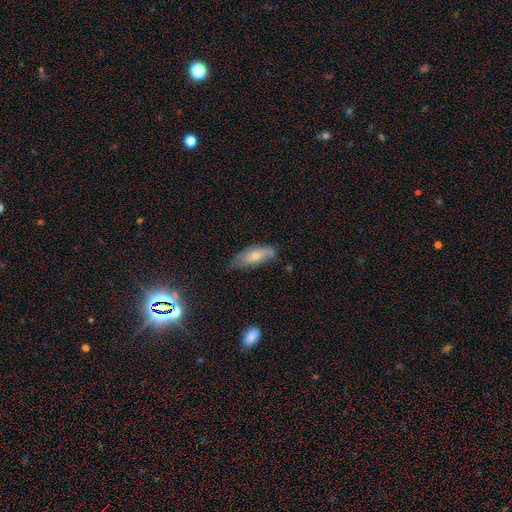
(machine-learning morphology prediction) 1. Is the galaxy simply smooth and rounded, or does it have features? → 70% smooth, 23% featured or disk, 7% star or artifact.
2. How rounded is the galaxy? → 67% in between, 30% cigar-shaped, 2% round.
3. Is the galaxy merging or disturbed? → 61% none, 30% minor disturbance, 6% major disturbance, 3% merger.